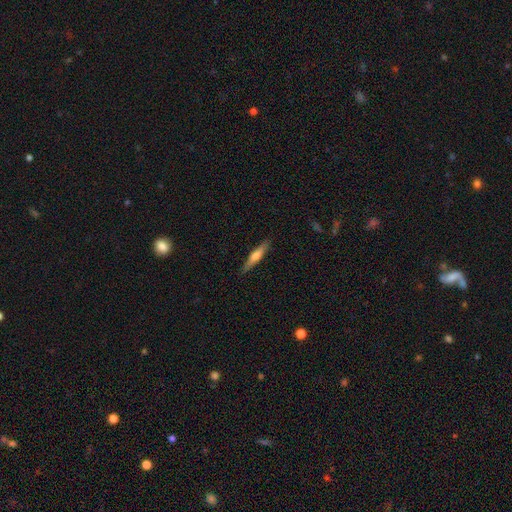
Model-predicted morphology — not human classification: A smooth galaxy with no disk features (48%). Merging: none (88%).